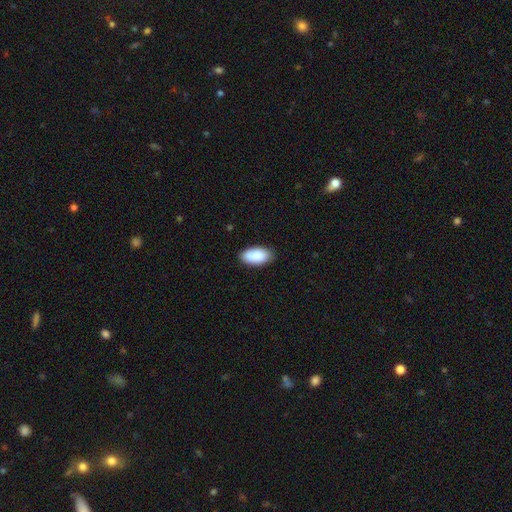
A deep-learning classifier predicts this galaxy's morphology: This is clearly a smooth galaxy (90%). How rounded: clearly in between (94%). Merging: clearly none (87%).